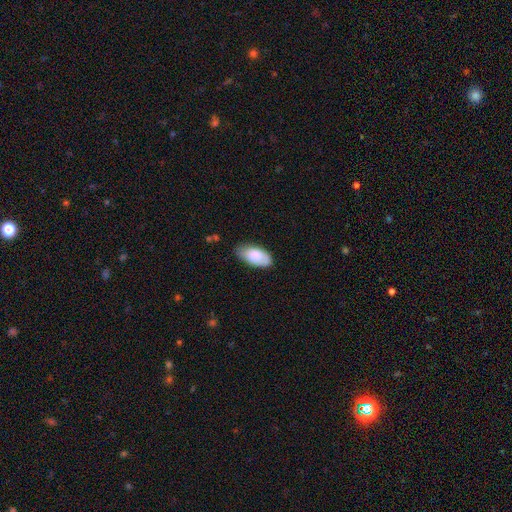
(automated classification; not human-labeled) A smooth galaxy with no disk features (80%) that is in between round and cigar-shaped (94%).

Vote fractions:
- Smooth or featured? smooth: 80% / featured or disk: 14% / star or artifact: 6%
- How rounded? in between: 94% / cigar-shaped: 4% / round: 2%
- Merging? none: 66% / minor disturbance: 27% / major disturbance: 5% / merger: 2%